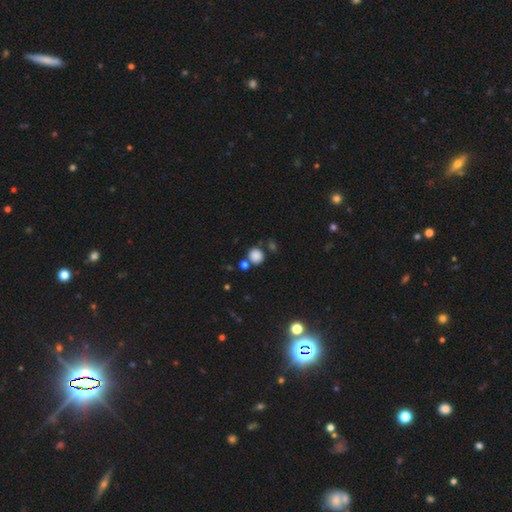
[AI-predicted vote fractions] This appears to be a smooth galaxy with no disk features (84%) that is round (88%). Merging: none (71%).